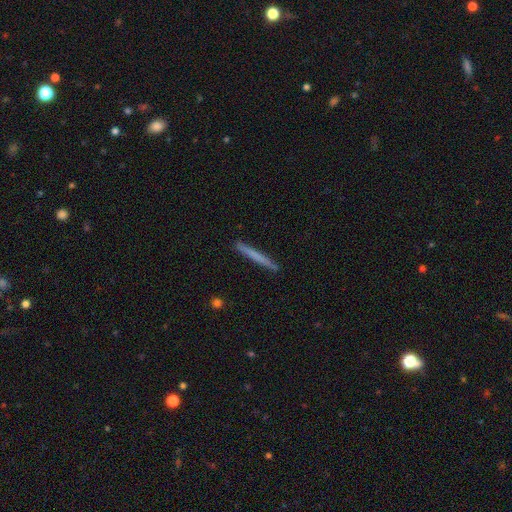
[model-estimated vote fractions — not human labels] Smooth or featured?
  - smooth: 62% *
  - featured or disk: 33%
  - star or artifact: 6%
How rounded?
  - cigar-shaped: 97% *
  - in between: 2%
  - round: 1%
Merging?
  - none: 92% *
  - minor disturbance: 6%
  - major disturbance: 1%
  - merger: 1%